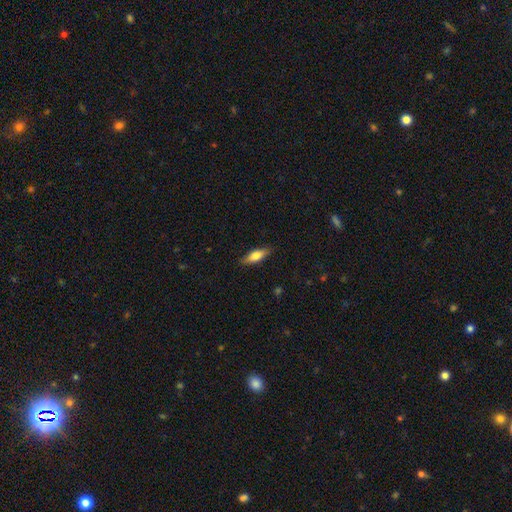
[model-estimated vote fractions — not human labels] Overall: smooth (68%). How rounded: in between (52%; cigar-shaped 45%). Merging: none (87%).